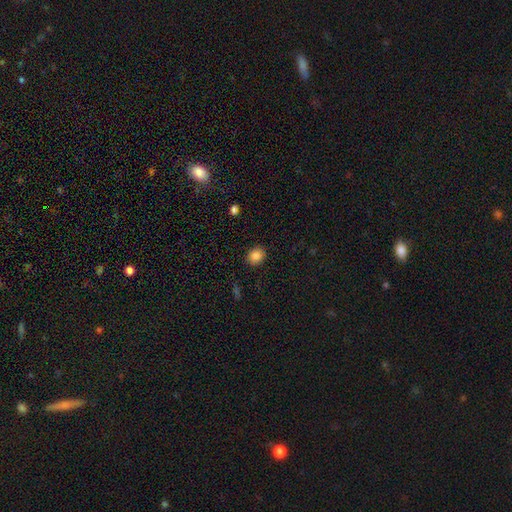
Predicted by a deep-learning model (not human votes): Smooth or featured: smooth — 85% (star or artifact — 10%)
How rounded: round — 62% (in between — 37%)
Merging: none — 90% (minor disturbance — 7%)